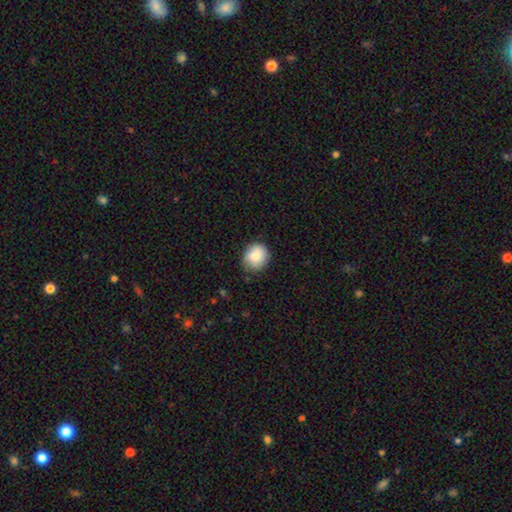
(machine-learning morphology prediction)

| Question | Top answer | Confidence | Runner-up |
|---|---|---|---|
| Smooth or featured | smooth | 83% | featured or disk (9%) |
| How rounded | round | 77% | in between (22%) |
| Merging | none | 78% | minor disturbance (18%) |